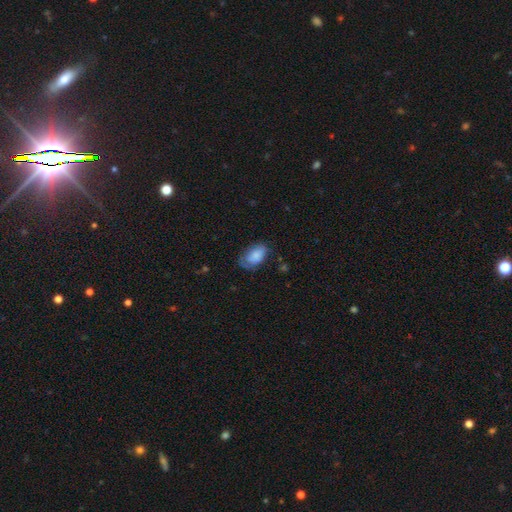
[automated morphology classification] smooth 74%, featured or disk 18%, star or artifact 7%. Down the decision tree: how rounded — in between (91%); merging — none (53%).